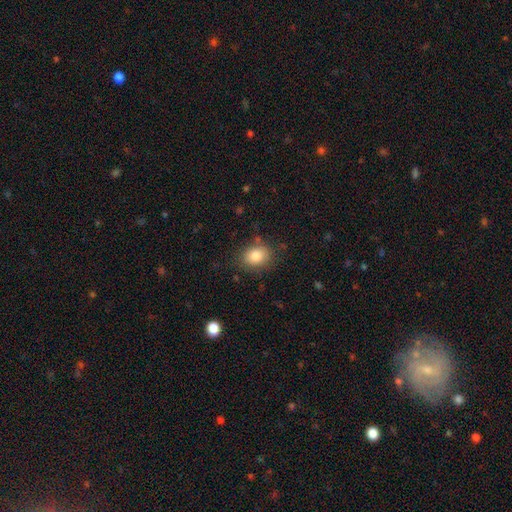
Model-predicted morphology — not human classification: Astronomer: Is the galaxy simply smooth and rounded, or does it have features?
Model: smooth — 83%.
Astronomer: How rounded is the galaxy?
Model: in between — 60% (runner-up: round, 39%).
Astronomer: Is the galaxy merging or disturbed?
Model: none — 80%.